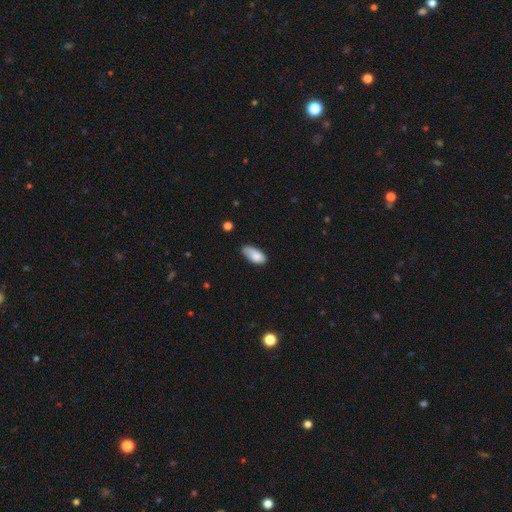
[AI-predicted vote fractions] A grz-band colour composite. It shows a smooth galaxy with no disk features (84%) that is in between round and cigar-shaped (91%). Merging: none (54%).